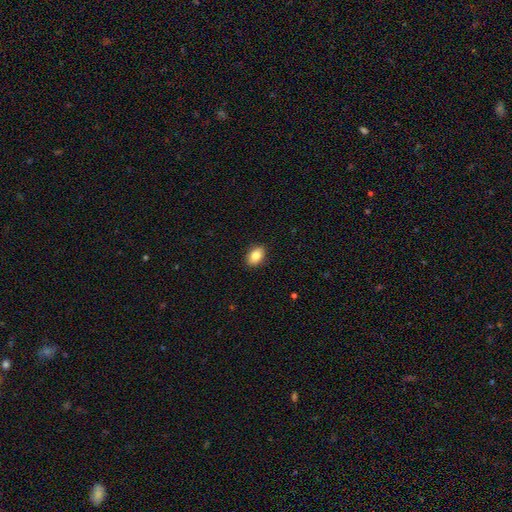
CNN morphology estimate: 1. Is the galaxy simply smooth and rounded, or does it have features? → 85% smooth, 8% star or artifact, 7% featured or disk.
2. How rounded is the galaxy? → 87% in between, 11% round, 1% cigar-shaped.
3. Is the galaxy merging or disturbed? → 89% none, 8% minor disturbance, 2% major disturbance, 1% merger.